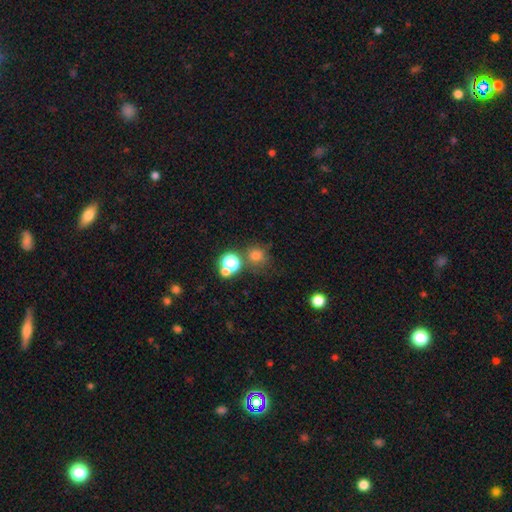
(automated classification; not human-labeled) This is likely a smooth galaxy (73%). How rounded: clearly round (89%). Merging: likely none (68%).